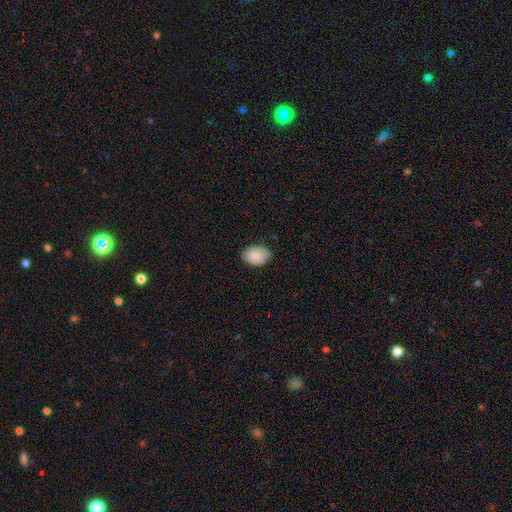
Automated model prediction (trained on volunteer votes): Overall: smooth (87%). How rounded: in between (81%). Merging: none (79%).